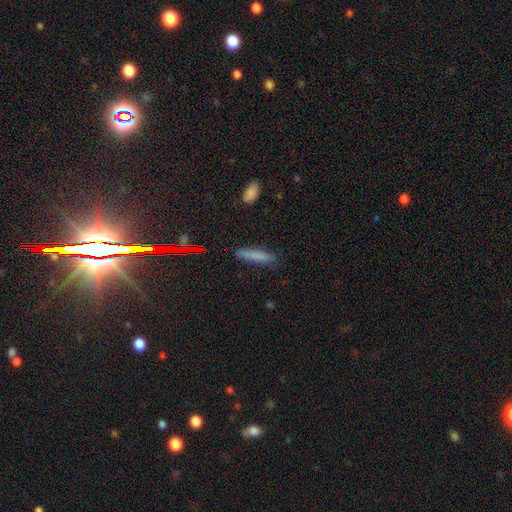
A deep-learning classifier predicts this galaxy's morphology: A smooth galaxy with no disk features (75%) that is cigar-shaped (86%).

Vote fractions:
- Smooth or featured? smooth: 75% / featured or disk: 13% / star or artifact: 12%
- How rounded? cigar-shaped: 86% / in between: 12% / round: 2%
- Merging? none: 83% / minor disturbance: 13% / major disturbance: 3% / merger: 2%